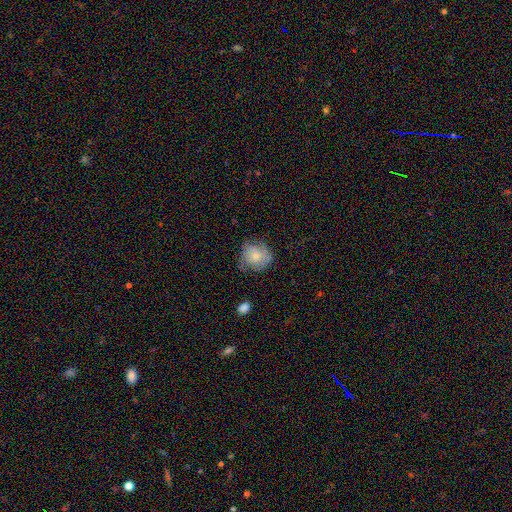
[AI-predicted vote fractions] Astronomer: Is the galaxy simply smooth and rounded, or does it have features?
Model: smooth — 69%.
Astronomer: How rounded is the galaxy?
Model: round — 84%.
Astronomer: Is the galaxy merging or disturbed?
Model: none — 59%.